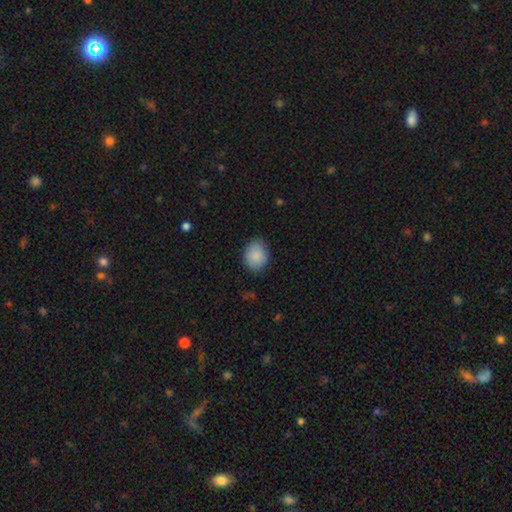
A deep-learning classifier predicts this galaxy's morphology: smooth 89%, star or artifact 7%, featured or disk 5%. Down the decision tree: how rounded — round (51%); merging — none (81%).